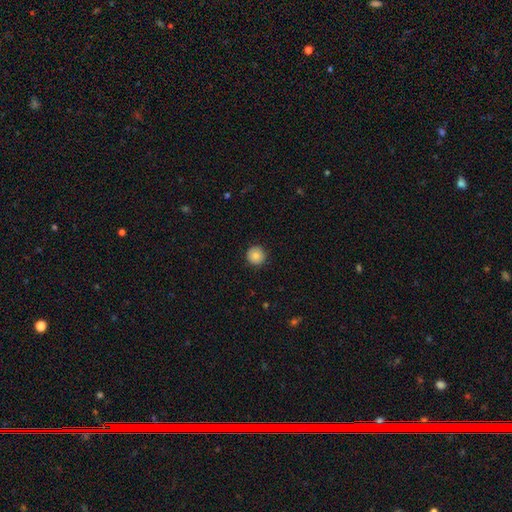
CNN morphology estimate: Smooth or featured? Predicted: smooth (p=0.83). How rounded? Predicted: round (p=0.95). Merging? Predicted: none (p=0.90).